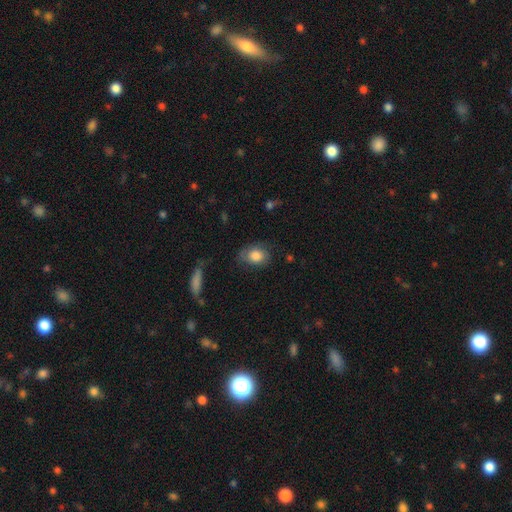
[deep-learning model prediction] Overall: smooth (76%). How rounded: in between (64%; round 34%). Merging: none (63%; minor disturbance 25%).